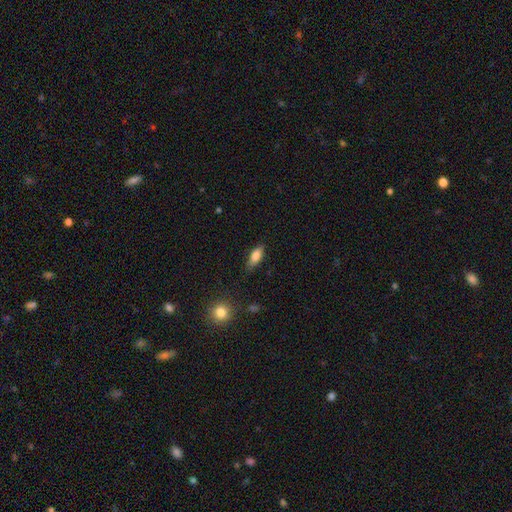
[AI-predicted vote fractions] Q: Smooth or featured?
A: smooth (78%); runner-up: featured or disk (15%)
Q: How rounded?
A: in between (73%); runner-up: cigar-shaped (24%)
Q: Merging?
A: none (81%); runner-up: minor disturbance (14%)